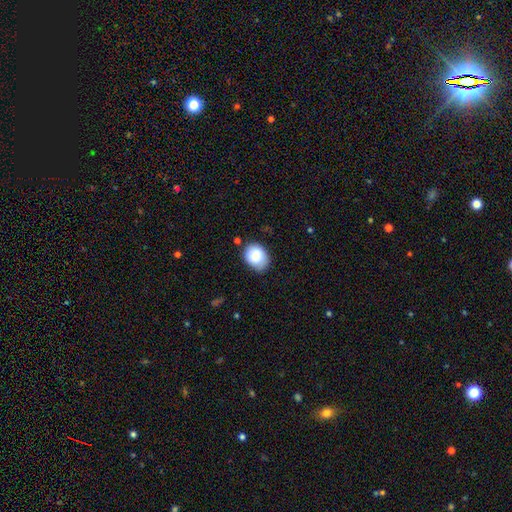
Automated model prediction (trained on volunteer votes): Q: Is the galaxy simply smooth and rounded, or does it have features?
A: smooth — 81%.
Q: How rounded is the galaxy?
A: in between — 53%.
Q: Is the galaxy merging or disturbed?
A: none — 71%.